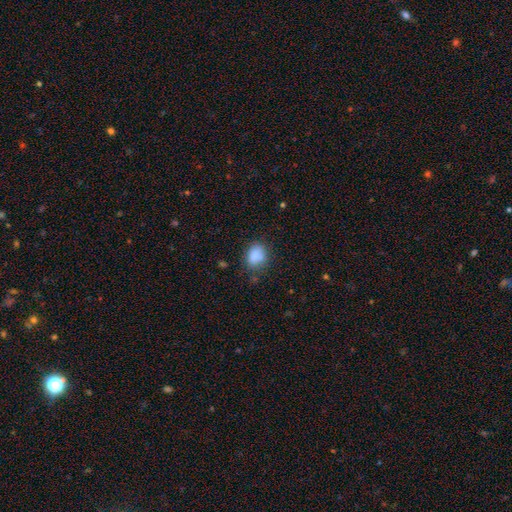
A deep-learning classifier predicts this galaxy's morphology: This appears to be a smooth galaxy with no disk features (83%) that is in between round and cigar-shaped (63%). Merging: none (66%).